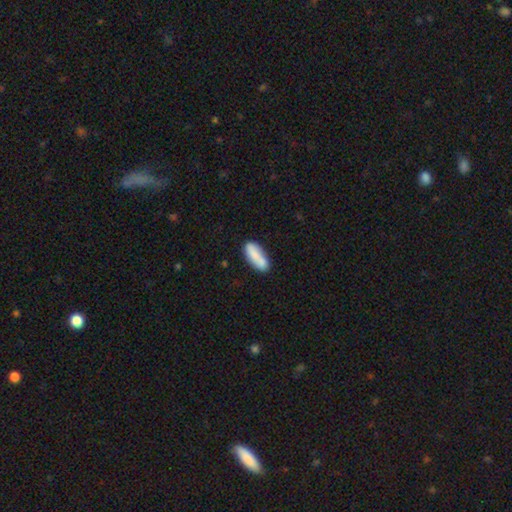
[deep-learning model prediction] Smooth or featured? Predicted: smooth (p=0.79). How rounded? Predicted: in between (p=0.68). Merging? Predicted: none (p=0.63).